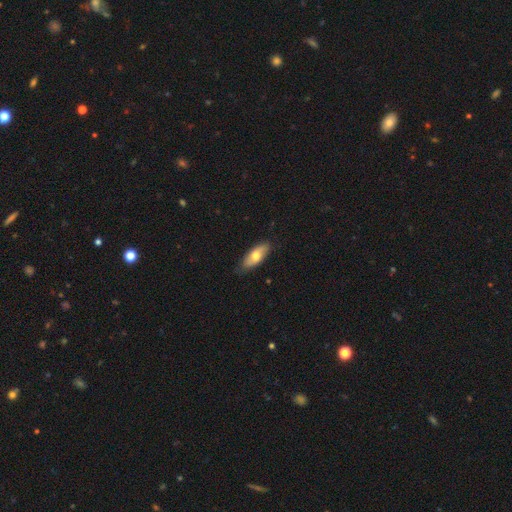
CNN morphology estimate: Smooth or featured? Predicted: smooth (p=0.65). How rounded? Predicted: in between (p=0.79). Merging? Predicted: none (p=0.81).